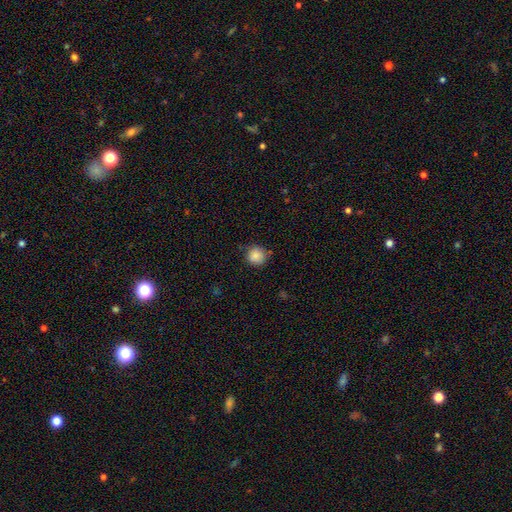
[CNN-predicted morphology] This is clearly a smooth galaxy (87%). How rounded: clearly round (92%). Merging: clearly none (82%).